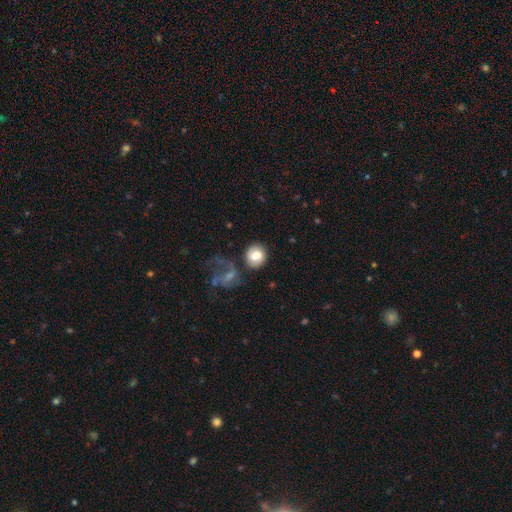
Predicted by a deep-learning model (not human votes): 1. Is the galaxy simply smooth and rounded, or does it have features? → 75% smooth, 17% featured or disk, 8% star or artifact.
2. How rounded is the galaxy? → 73% round, 26% in between, 1% cigar-shaped.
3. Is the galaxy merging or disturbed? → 59% none, 15% merger, 15% minor disturbance, 11% major disturbance.